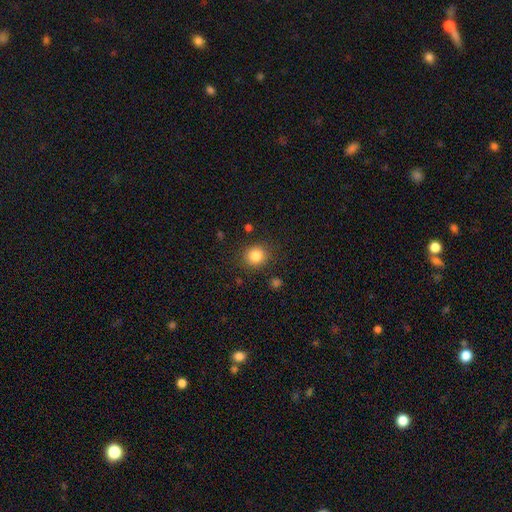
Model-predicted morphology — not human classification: Smooth or featured? smooth (84%)
How rounded? round (84%)
Merging? none (87%)